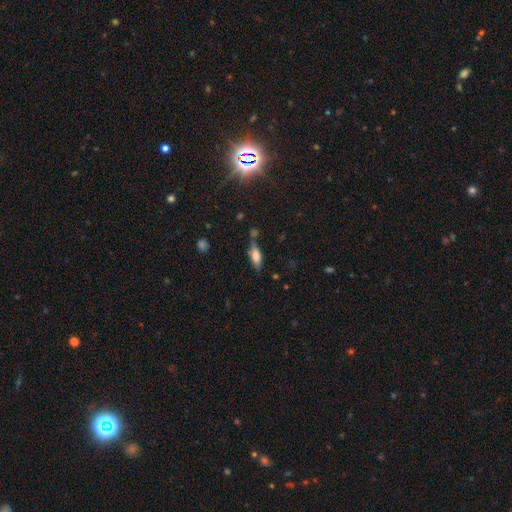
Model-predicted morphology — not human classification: The model was most divided on "how rounded": in between: 55%, cigar-shaped: 43%, round: 3%. More confident: merging — none (66%); smooth or featured — smooth (61%).